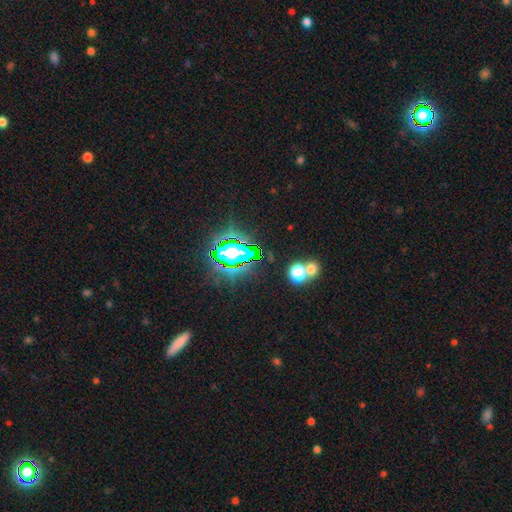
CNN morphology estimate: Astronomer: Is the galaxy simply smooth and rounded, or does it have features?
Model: star or artifact — 77%.